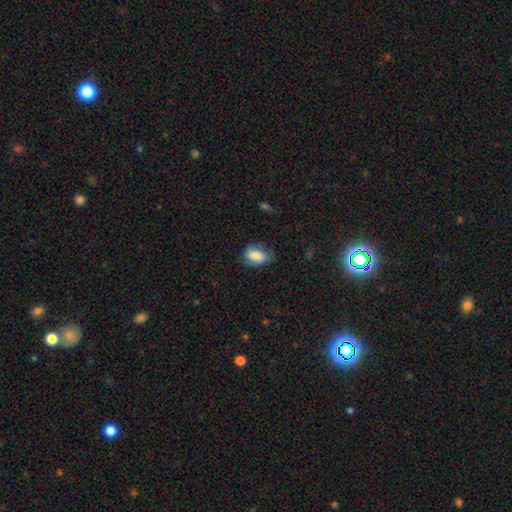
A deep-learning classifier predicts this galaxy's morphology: The model was most divided on "merging": none: 56%, minor disturbance: 32%, major disturbance: 10%, merger: 2%. More confident: how rounded — in between (87%); smooth or featured — smooth (81%).